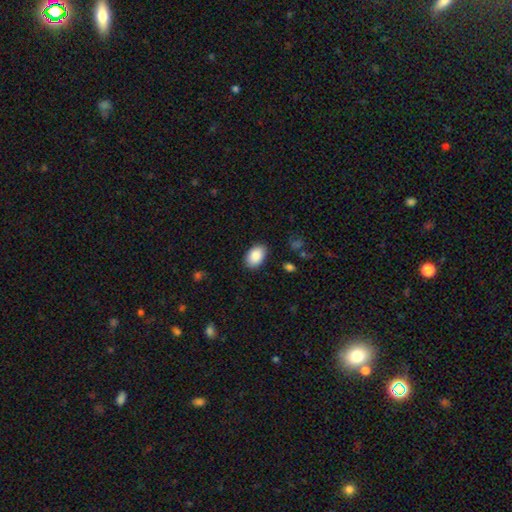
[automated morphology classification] type=smooth (89%); roundness=in between (89%); merging=none (87%).